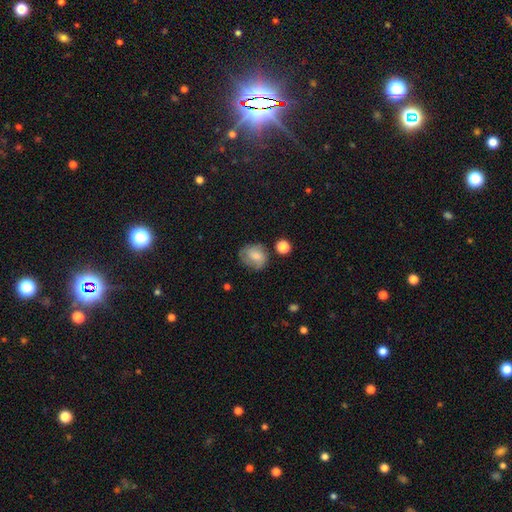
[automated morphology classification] This is likely a smooth galaxy (68%). How rounded: possibly round (58%). Merging: possibly none (57%).